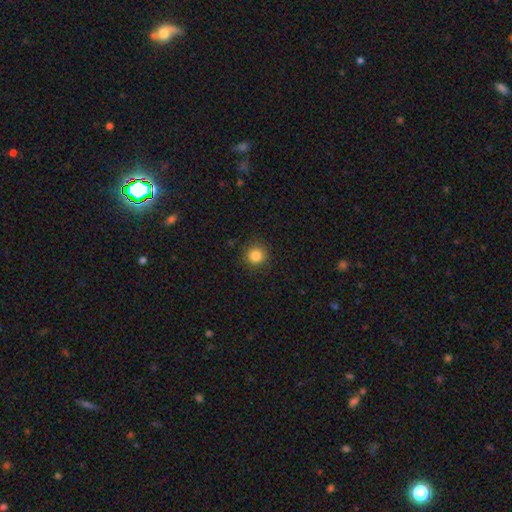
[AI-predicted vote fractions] smooth-or-featured: smooth: 84% | star or artifact: 11% | featured or disk: 5%
  how-rounded: round: 94% | in between: 5% | cigar-shaped: 1%
  merging: none: 90% | minor disturbance: 7% | major disturbance: 2% | merger: 1%